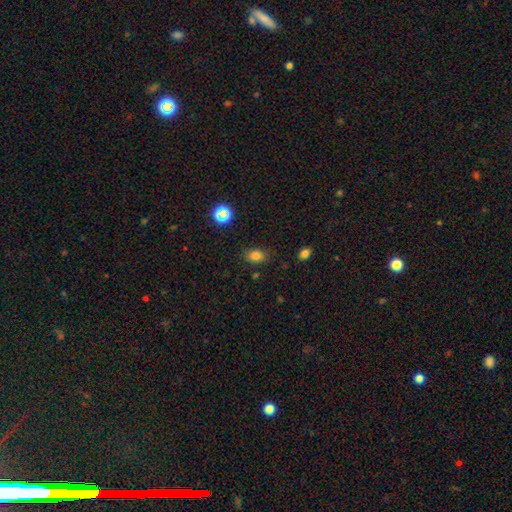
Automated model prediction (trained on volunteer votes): This appears to be a smooth galaxy with no disk features (79%) that is in between round and cigar-shaped (74%). Merging: none (80%).